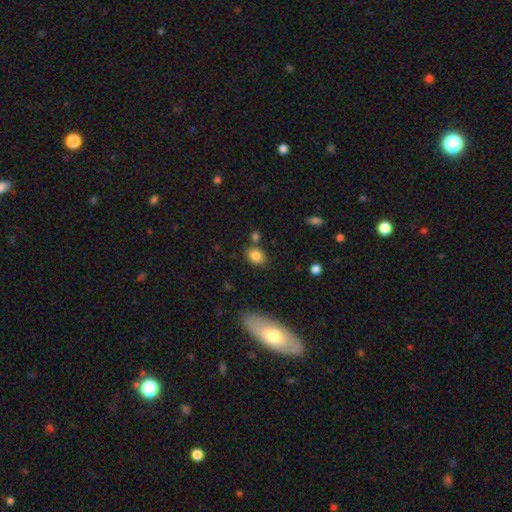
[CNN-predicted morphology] The model was most divided on "how rounded": in between: 64%, round: 35%, cigar-shaped: 1%. More confident: smooth or featured — smooth (84%); merging — none (73%).